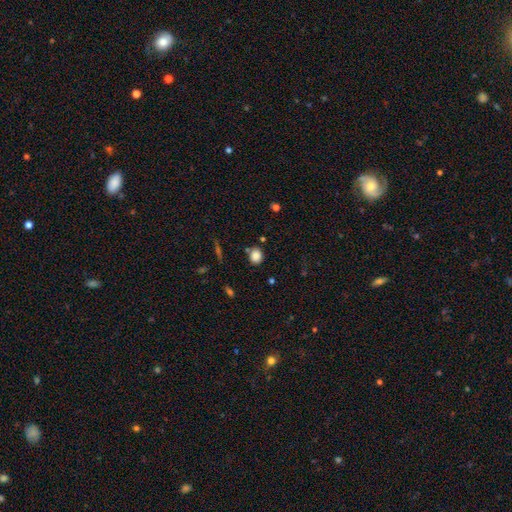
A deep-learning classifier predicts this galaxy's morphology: A smooth galaxy with no disk features (84%) that is round (76%).

Vote fractions:
- Smooth or featured? smooth: 84% / star or artifact: 11% / featured or disk: 5%
- How rounded? round: 76% / in between: 23% / cigar-shaped: 1%
- Merging? none: 80% / minor disturbance: 12% / merger: 5% / major disturbance: 3%